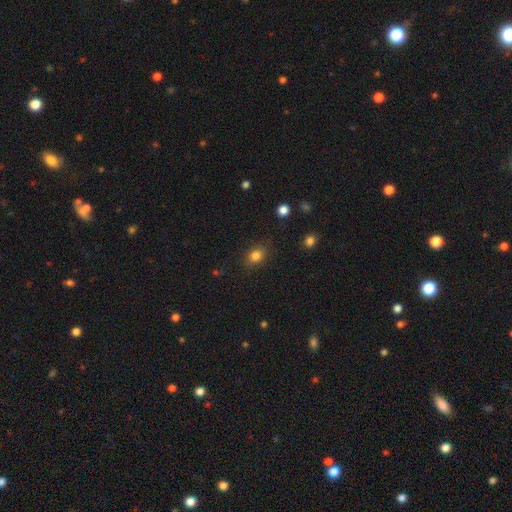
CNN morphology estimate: Q: Smooth or featured?
A: smooth (83%); runner-up: star or artifact (12%)
Q: How rounded?
A: in between (58%); runner-up: round (40%)
Q: Merging?
A: none (83%); runner-up: minor disturbance (12%)